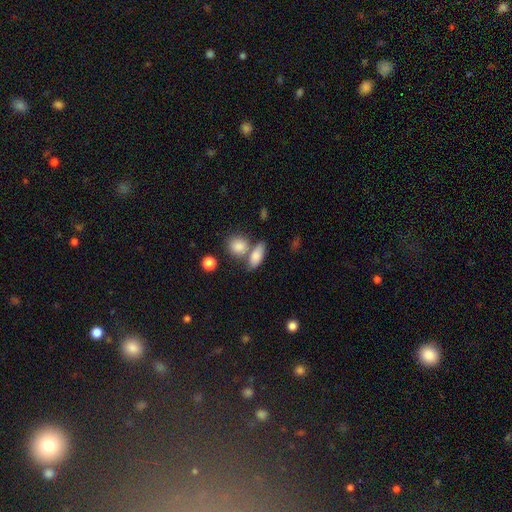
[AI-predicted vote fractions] Smooth or featured? Predicted: smooth (p=0.82). How rounded? Predicted: in between (p=0.73). Merging? Predicted: none (p=0.50).